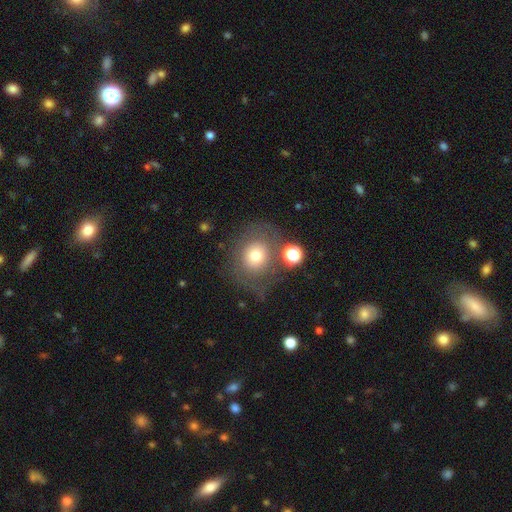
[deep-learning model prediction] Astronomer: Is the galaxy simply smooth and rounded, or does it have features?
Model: smooth — 65%.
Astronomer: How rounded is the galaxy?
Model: round — 75%.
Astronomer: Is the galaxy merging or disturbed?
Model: none — 62%.